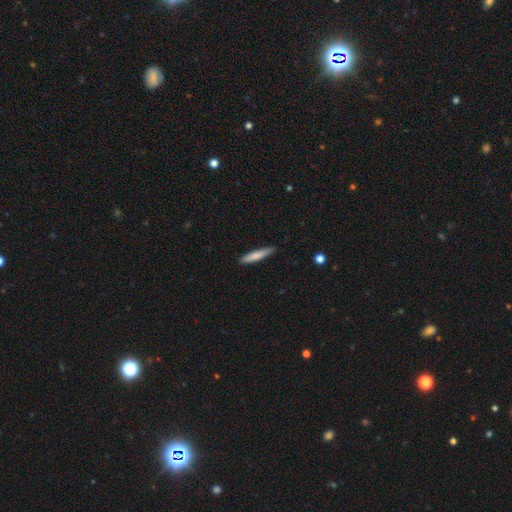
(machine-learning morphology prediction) This is likely a smooth galaxy (76%). How rounded: clearly cigar-shaped (91%). Merging: clearly none (86%).